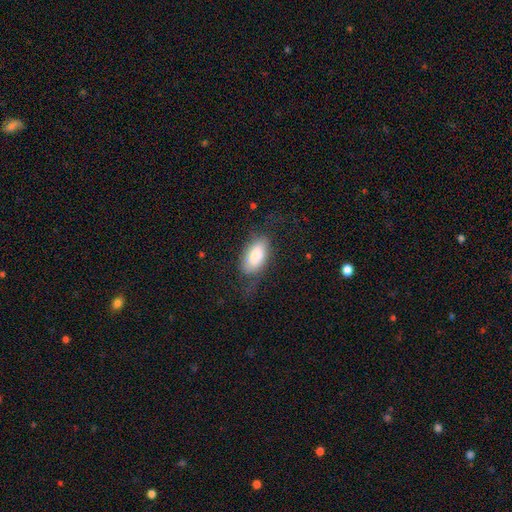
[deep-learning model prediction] This is likely a smooth galaxy (76%). How rounded: clearly in between (93%). Merging: possibly none (57%).